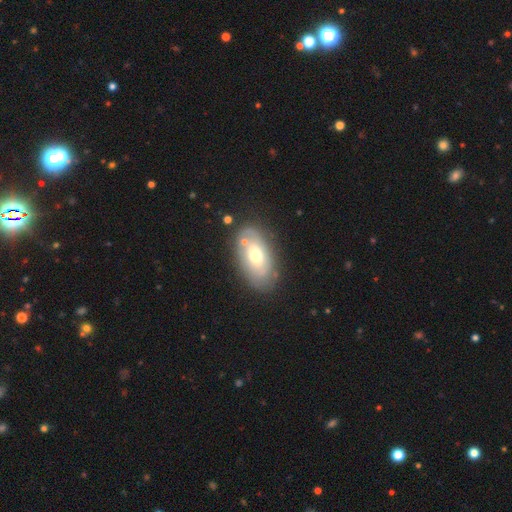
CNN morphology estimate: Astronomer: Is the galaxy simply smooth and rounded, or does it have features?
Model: smooth — 50% (runner-up: featured or disk, 43%).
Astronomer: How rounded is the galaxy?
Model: in between — 91%.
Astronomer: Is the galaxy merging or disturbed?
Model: none — 73%.